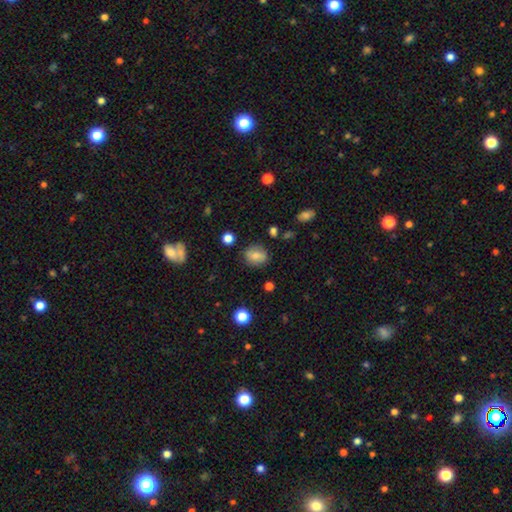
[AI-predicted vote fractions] Smooth or featured? smooth (78%)
How rounded? round (52%)
Merging? none (82%)